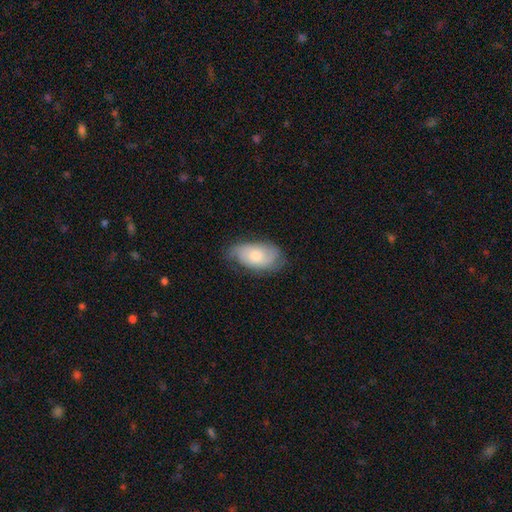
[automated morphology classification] Smooth or featured: smooth — 52% (featured or disk — 42%)
How rounded: in between — 92% (round — 6%)
Merging: none — 65% (minor disturbance — 26%)